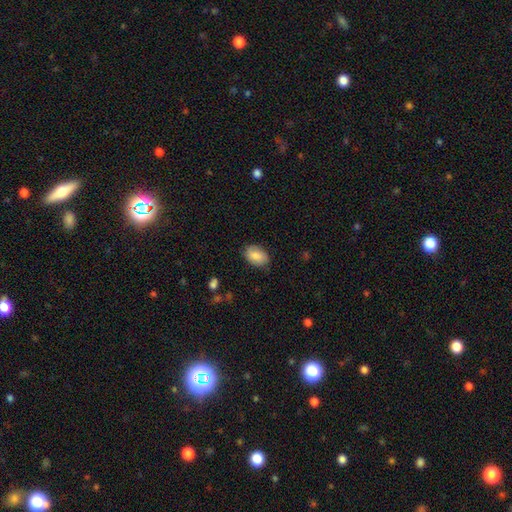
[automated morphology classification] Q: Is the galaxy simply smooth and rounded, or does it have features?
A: smooth — 82%.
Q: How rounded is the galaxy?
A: in between — 86%.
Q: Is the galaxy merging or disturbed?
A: none — 82%.